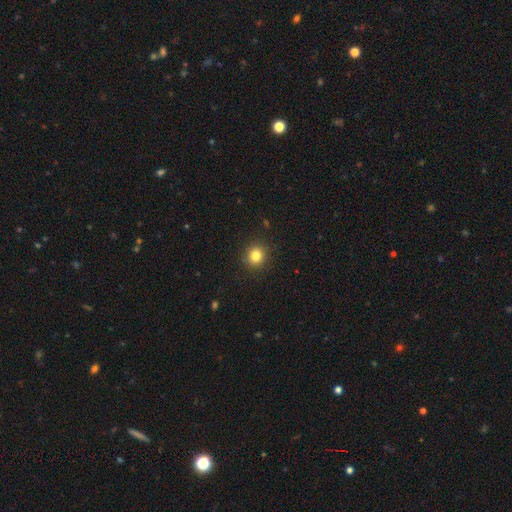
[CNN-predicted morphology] Smooth or featured? Predicted: smooth (p=0.82). How rounded? Predicted: round (p=0.89). Merging? Predicted: none (p=0.91).